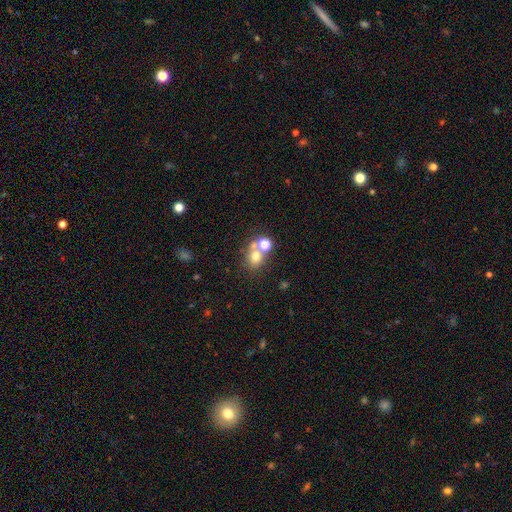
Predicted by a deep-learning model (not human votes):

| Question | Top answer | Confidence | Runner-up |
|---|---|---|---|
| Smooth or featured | smooth | 67% | star or artifact (18%) |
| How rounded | round | 73% | in between (26%) |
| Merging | none | 48% | merger (39%) |